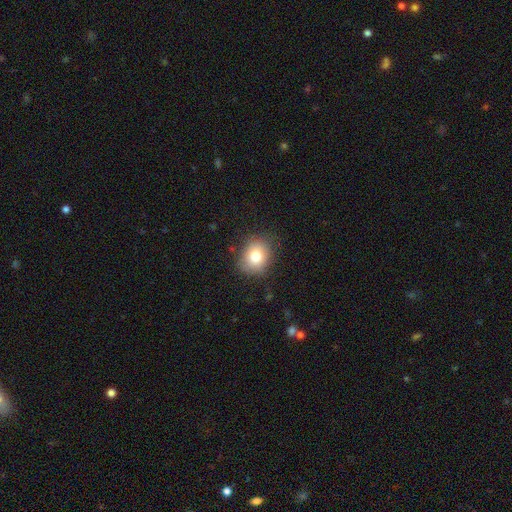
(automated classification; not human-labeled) smooth-or-featured: smooth: 79% | featured or disk: 11% | star or artifact: 10%
  how-rounded: round: 63% | in between: 36% | cigar-shaped: 1%
  merging: none: 82% | minor disturbance: 13% | major disturbance: 4% | merger: 1%